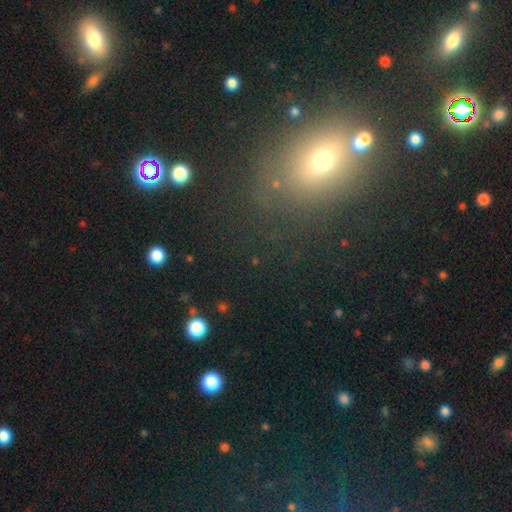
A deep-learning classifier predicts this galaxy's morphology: smooth_or_featured: smooth (p=0.44) [alt: star or artifact p=0.43]
merging: none (p=0.76) [alt: minor disturbance p=0.12]